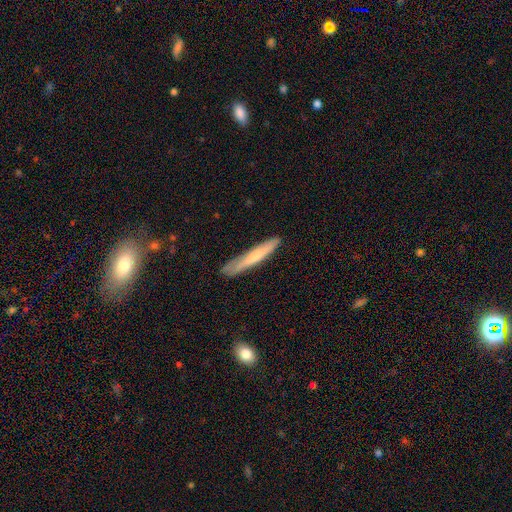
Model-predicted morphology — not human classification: smooth 62%, featured or disk 32%, star or artifact 6%. Down the decision tree: how rounded — cigar-shaped (95%); merging — none (80%).